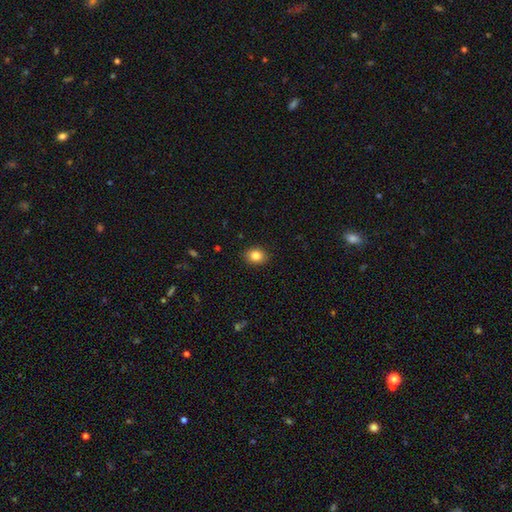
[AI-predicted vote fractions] Smooth or featured? smooth (84%)
How rounded? round (55%)
Merging? none (90%)